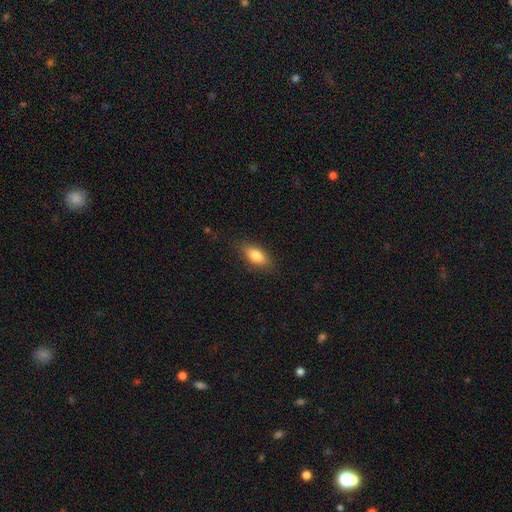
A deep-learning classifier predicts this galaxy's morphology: Smooth or featured: smooth — 81% (featured or disk — 12%)
How rounded: in between — 84% (cigar-shaped — 11%)
Merging: none — 84% (minor disturbance — 12%)